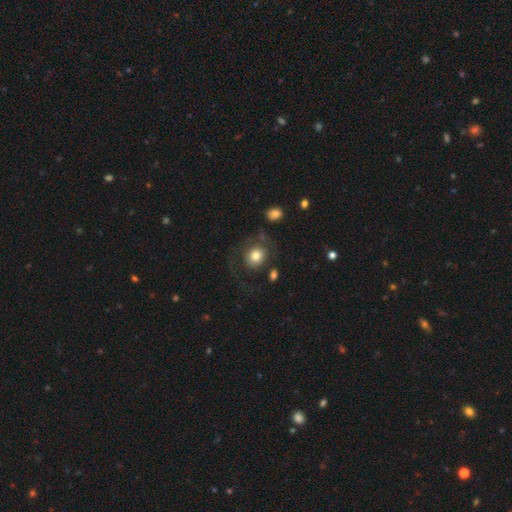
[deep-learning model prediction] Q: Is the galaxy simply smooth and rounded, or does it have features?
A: smooth — 78%.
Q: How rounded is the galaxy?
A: round — 70%.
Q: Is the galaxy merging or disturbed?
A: none — 61%.